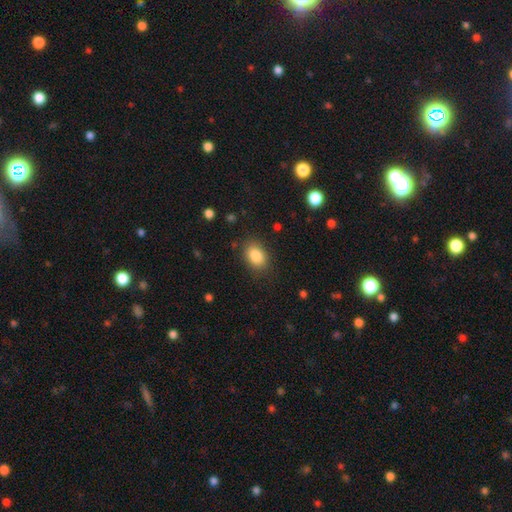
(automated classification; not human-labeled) A smooth galaxy with no disk features (86%) that is in between round and cigar-shaped (77%). Merging: none (83%).